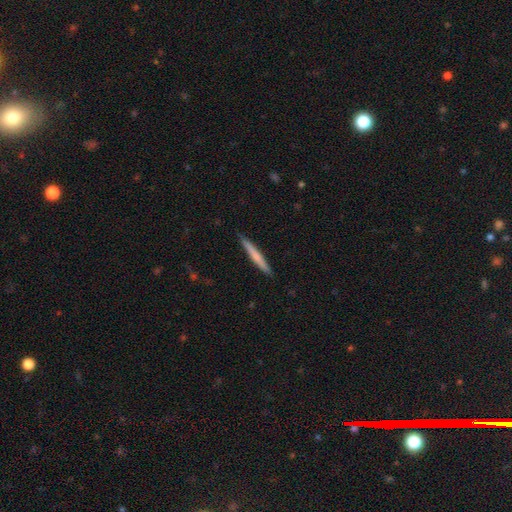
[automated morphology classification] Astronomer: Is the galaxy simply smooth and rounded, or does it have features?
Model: smooth — 60%.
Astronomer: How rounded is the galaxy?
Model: cigar-shaped — 96%.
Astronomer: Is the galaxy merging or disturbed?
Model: none — 90%.